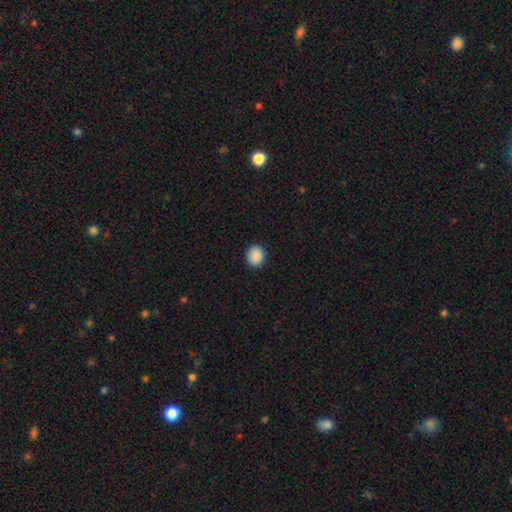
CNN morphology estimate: smooth_or_featured: smooth (p=0.90) [alt: star or artifact p=0.08]
how_rounded: round (p=0.69) [alt: in between p=0.30]
merging: none (p=0.91) [alt: minor disturbance p=0.07]